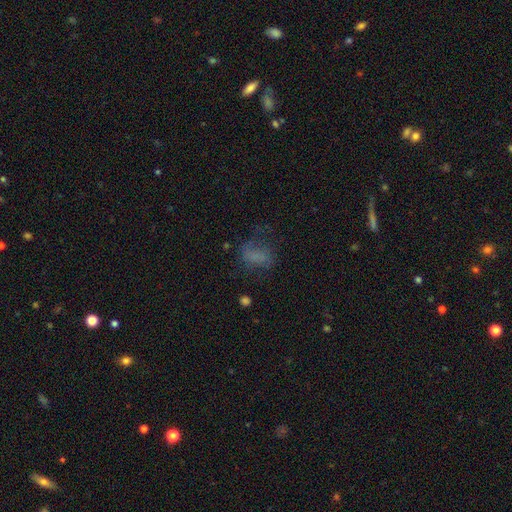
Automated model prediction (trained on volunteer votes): Smooth or featured?
  - smooth: 58% *
  - featured or disk: 23%
  - star or artifact: 19%
How rounded?
  - in between: 79% *
  - round: 14%
  - cigar-shaped: 7%
Merging?
  - none: 45% *
  - major disturbance: 29%
  - minor disturbance: 23%
  - merger: 3%